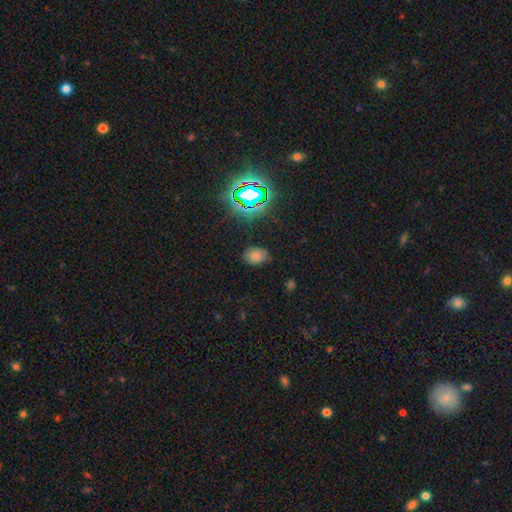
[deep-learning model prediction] Overall: smooth (54%; star or artifact 36%). How rounded: in between (73%). Merging: none (81%).